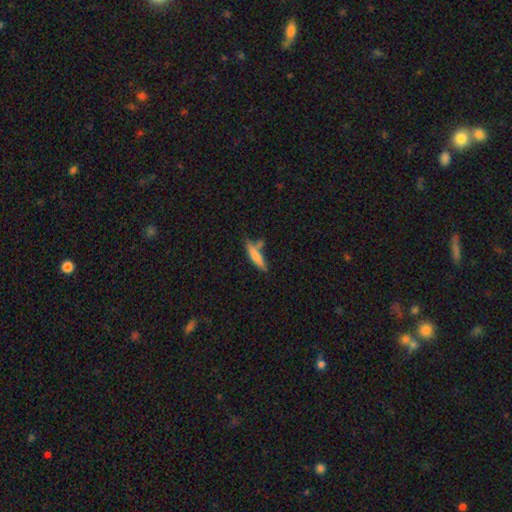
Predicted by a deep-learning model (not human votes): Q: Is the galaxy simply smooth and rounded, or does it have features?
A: smooth — 74%.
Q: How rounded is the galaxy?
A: cigar-shaped — 79%.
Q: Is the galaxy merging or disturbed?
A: none — 57%.